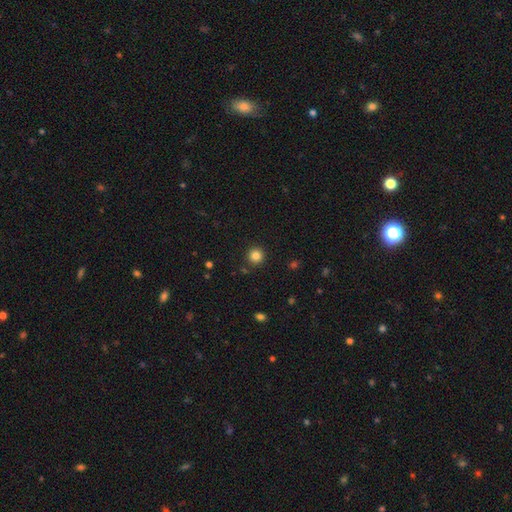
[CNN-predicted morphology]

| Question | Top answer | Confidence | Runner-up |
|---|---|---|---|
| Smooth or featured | smooth | 84% | star or artifact (12%) |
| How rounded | round | 95% | in between (4%) |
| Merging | none | 90% | minor disturbance (5%) |